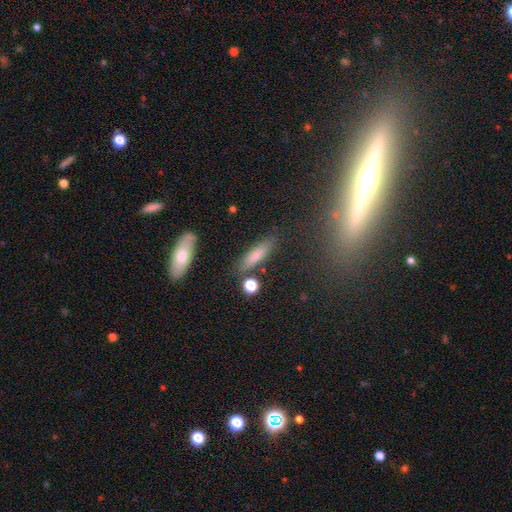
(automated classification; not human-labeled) Morphology: type=smooth (76%); roundness=cigar-shaped (71%); merging=none (80%).